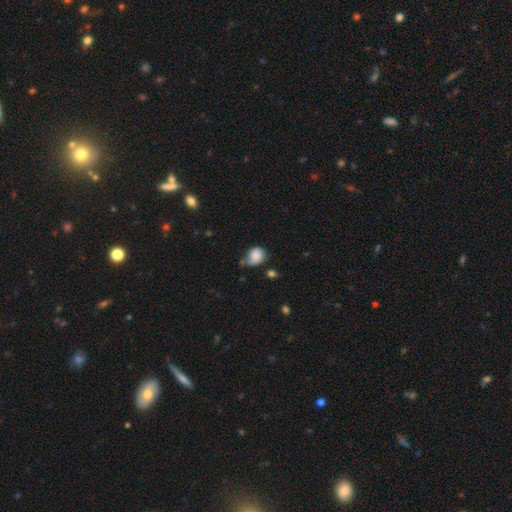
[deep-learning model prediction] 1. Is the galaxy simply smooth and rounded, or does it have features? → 81% smooth, 11% featured or disk, 8% star or artifact.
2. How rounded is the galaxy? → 57% round, 42% in between, 1% cigar-shaped.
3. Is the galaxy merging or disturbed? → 41% none, 36% minor disturbance, 14% major disturbance, 10% merger.